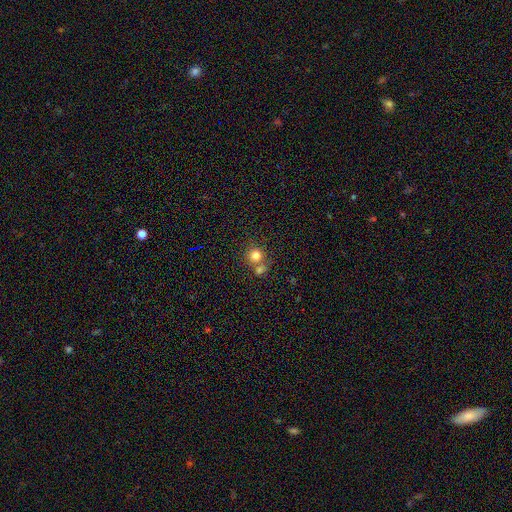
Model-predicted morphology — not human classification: type=smooth (80%); roundness=round (90%); merging=none (57%).